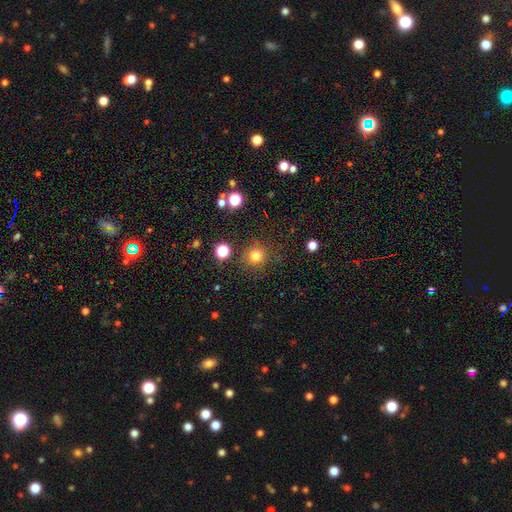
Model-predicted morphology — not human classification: Smooth or featured? Predicted: smooth (p=0.78). How rounded? Predicted: round (p=0.93). Merging? Predicted: none (p=0.85).